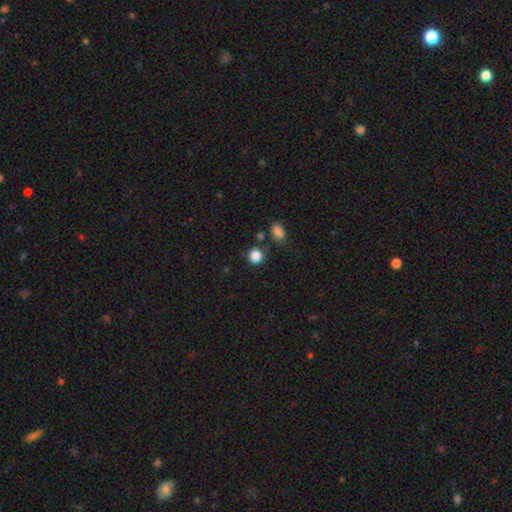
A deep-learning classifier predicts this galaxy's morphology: Overall: smooth (85%). How rounded: round (89%). Merging: none (77%).